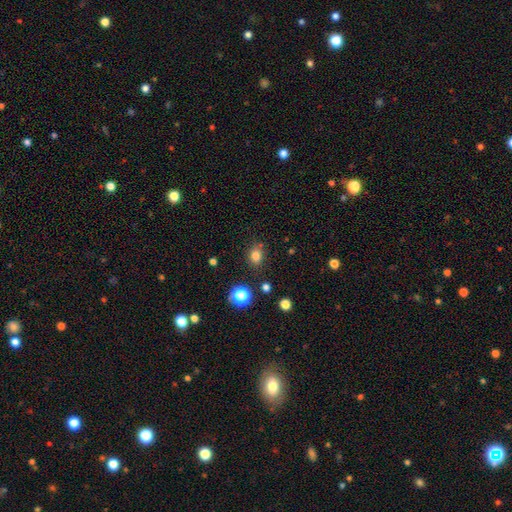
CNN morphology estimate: Smooth or featured? Predicted: smooth (p=0.78). How rounded? Predicted: round (p=0.67). Merging? Predicted: none (p=0.79).